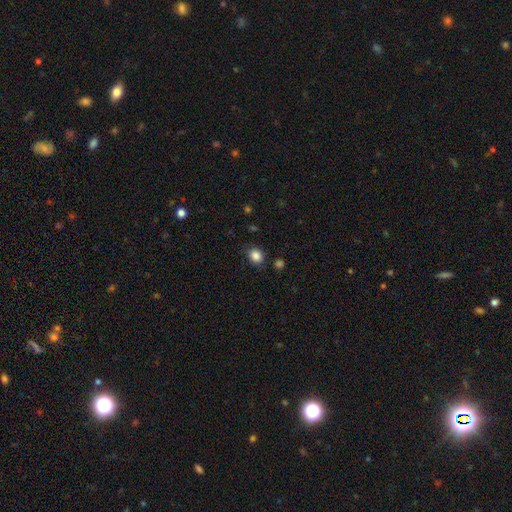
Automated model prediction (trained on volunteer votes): A smooth galaxy with no disk features (86%) that is in between round and cigar-shaped (52%).

Vote fractions:
- Smooth or featured? smooth: 86% / star or artifact: 10% / featured or disk: 4%
- How rounded? in between: 52% / round: 47% / cigar-shaped: 1%
- Merging? none: 81% / minor disturbance: 13% / major disturbance: 3% / merger: 3%